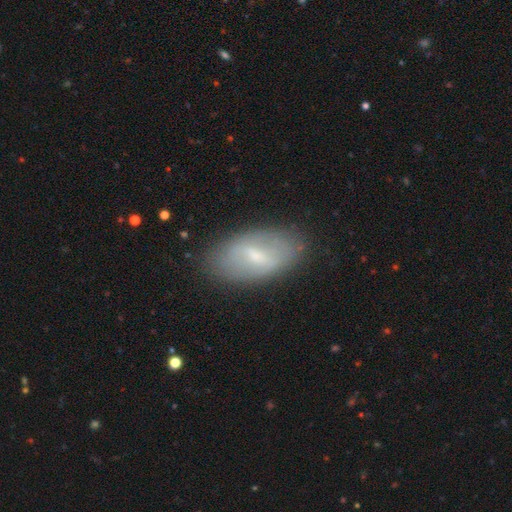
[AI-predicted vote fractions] This is possibly a smooth galaxy (47%). Merging: clearly none (80%).